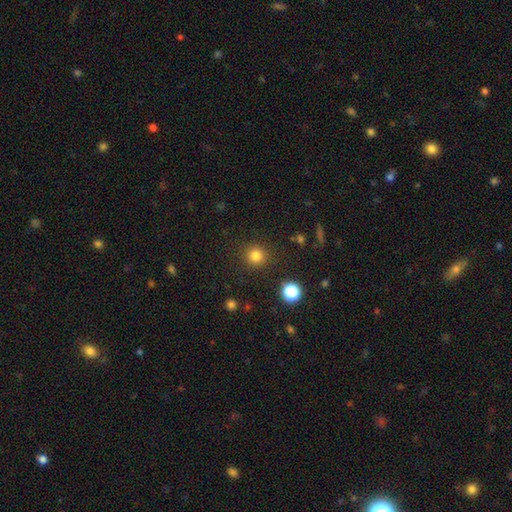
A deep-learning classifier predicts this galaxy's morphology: smooth 82%, star or artifact 14%, featured or disk 5%. Down the decision tree: how rounded — round (93%); merging — none (89%).